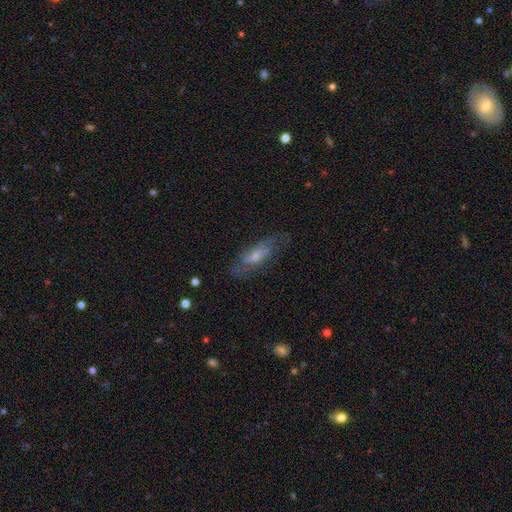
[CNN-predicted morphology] Overall: featured or disk (58%; smooth 32%). Edge-on disk: no (75%). Merging: none (71%).